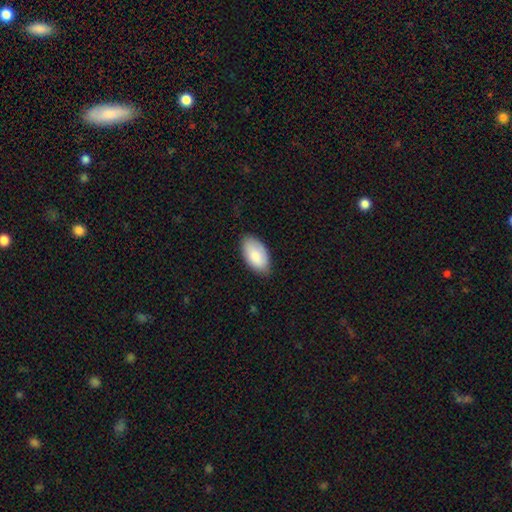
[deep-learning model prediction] Smooth or featured: smooth — 83% (featured or disk — 11%)
How rounded: in between — 96% (round — 3%)
Merging: none — 79% (minor disturbance — 17%)